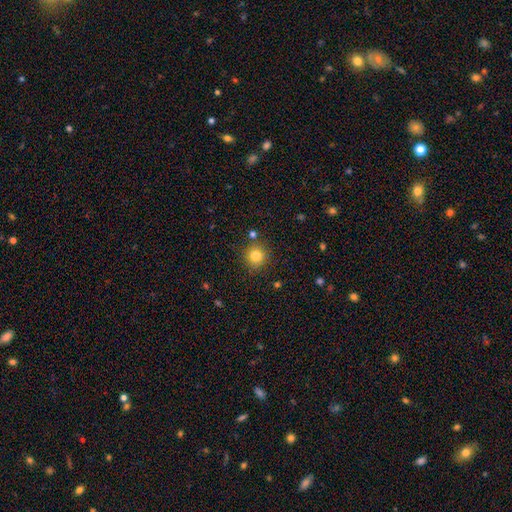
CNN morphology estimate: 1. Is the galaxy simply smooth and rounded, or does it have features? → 80% smooth, 13% star or artifact, 7% featured or disk.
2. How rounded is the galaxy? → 91% round, 8% in between, 1% cigar-shaped.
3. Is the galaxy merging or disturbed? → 84% none, 8% minor disturbance, 5% merger, 3% major disturbance.